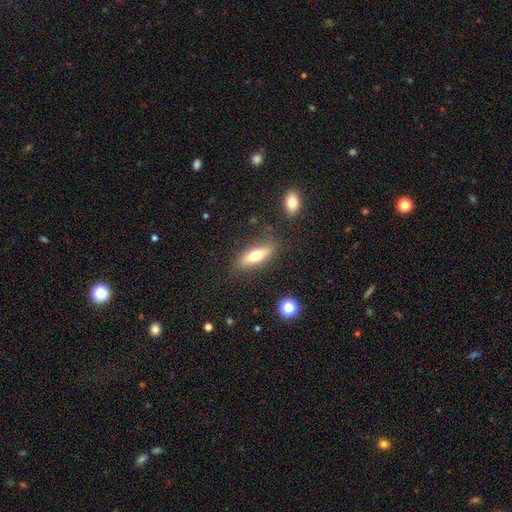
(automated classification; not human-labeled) Smooth or featured? smooth (62%)
How rounded? in between (52%)
Merging? none (79%)